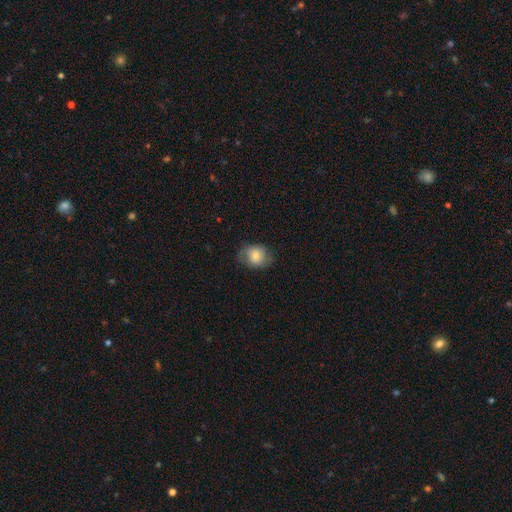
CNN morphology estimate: A smooth galaxy with no disk features (71%) that is in between round and cigar-shaped (50%).

Vote fractions:
- Smooth or featured? smooth: 71% / featured or disk: 21% / star or artifact: 8%
- How rounded? in between: 50% / round: 49% / cigar-shaped: 1%
- Merging? none: 66% / minor disturbance: 23% / major disturbance: 9% / merger: 1%